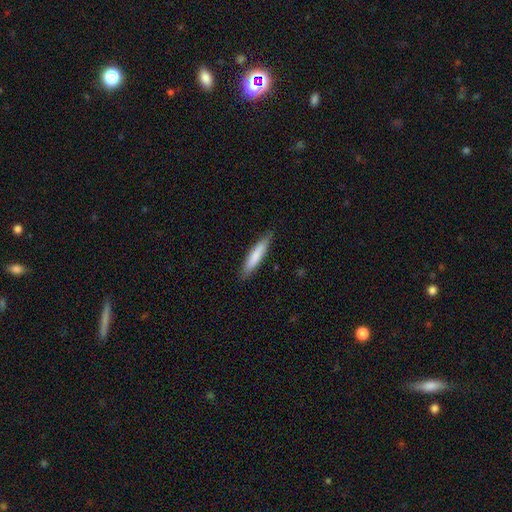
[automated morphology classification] smooth_or_featured: smooth (p=0.77) [alt: featured or disk p=0.18]
how_rounded: cigar-shaped (p=0.87) [alt: in between p=0.12]
merging: none (p=0.86) [alt: minor disturbance p=0.11]